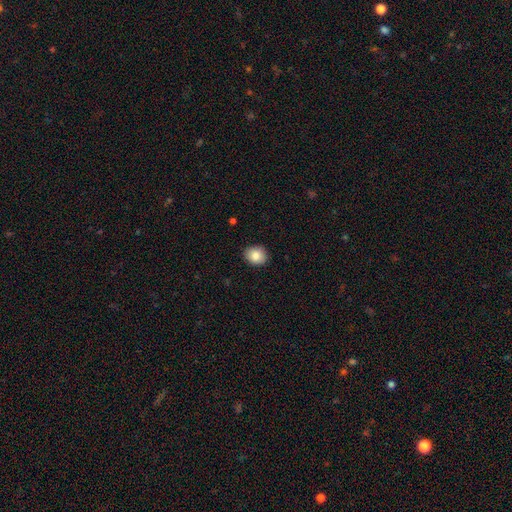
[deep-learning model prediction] Q: Smooth or featured?
A: smooth (86%); runner-up: star or artifact (8%)
Q: How rounded?
A: round (63%); runner-up: in between (36%)
Q: Merging?
A: none (89%); runner-up: minor disturbance (8%)